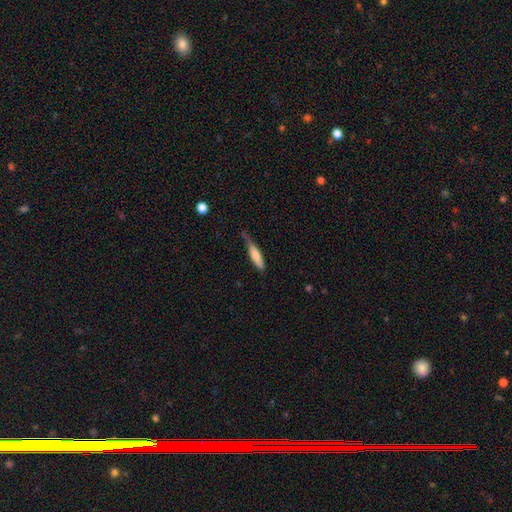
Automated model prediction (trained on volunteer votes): A smooth galaxy with no disk features (71%) that is cigar-shaped (79%). Merging: none (48%).